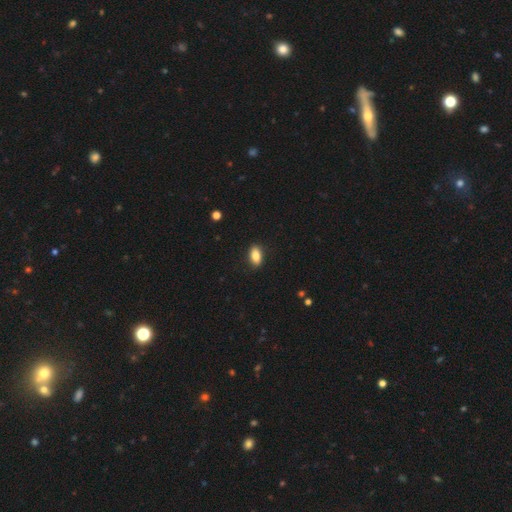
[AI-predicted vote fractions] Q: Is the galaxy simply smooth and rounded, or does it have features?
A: smooth — 84%.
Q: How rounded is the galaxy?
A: in between — 89%.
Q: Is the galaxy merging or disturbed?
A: none — 88%.